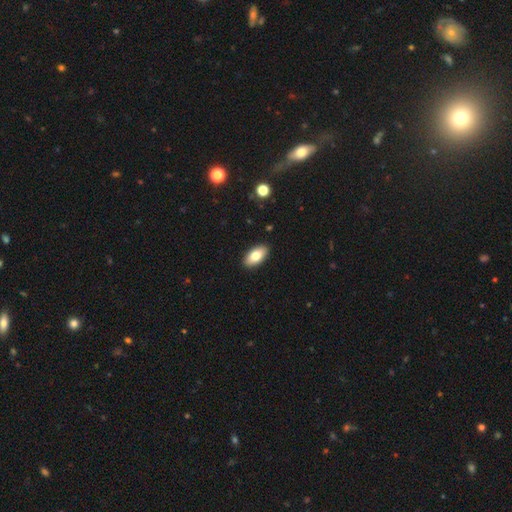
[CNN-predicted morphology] Smooth or featured? smooth (79%)
How rounded? in between (93%)
Merging? none (91%)